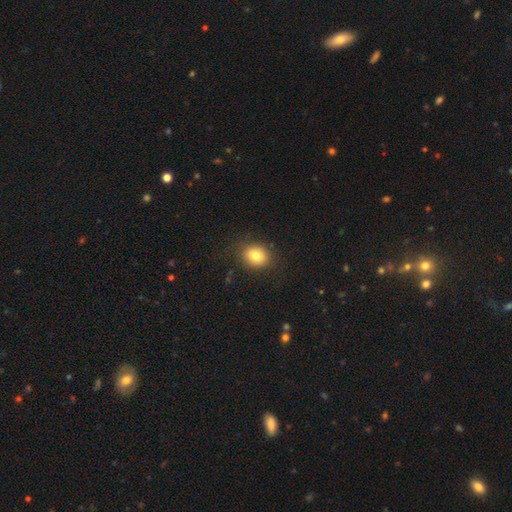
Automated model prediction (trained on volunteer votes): Smooth or featured?
  - smooth: 80% *
  - star or artifact: 10%
  - featured or disk: 9%
How rounded?
  - round: 59% *
  - in between: 40%
  - cigar-shaped: 1%
Merging?
  - none: 83% *
  - minor disturbance: 12%
  - major disturbance: 4%
  - merger: 1%